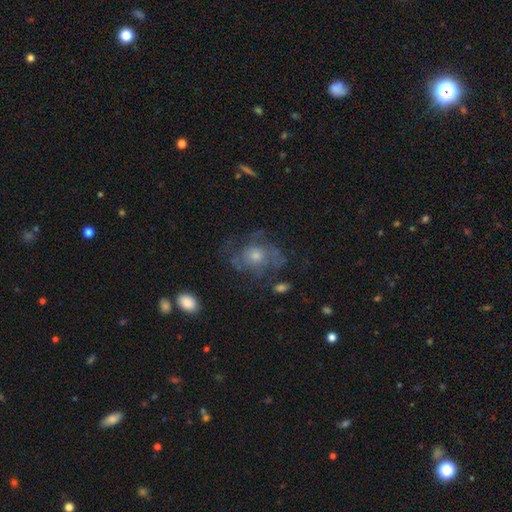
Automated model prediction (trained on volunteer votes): Morphology: type=featured or disk (64%); edge-on=no (96%); bar=no (83%); spiral arms=yes (67%); bulge=moderate (48%); merging=none (56%).